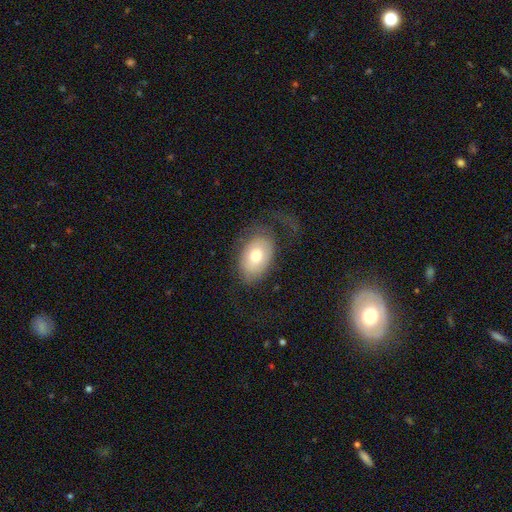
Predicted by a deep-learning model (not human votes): A smooth galaxy with no disk features (65%) that is in between round and cigar-shaped (86%).

Vote fractions:
- Smooth or featured? smooth: 65% / featured or disk: 28% / star or artifact: 7%
- How rounded? in between: 86% / round: 13% / cigar-shaped: 1%
- Merging? none: 53% / major disturbance: 25% / minor disturbance: 21% / merger: 1%